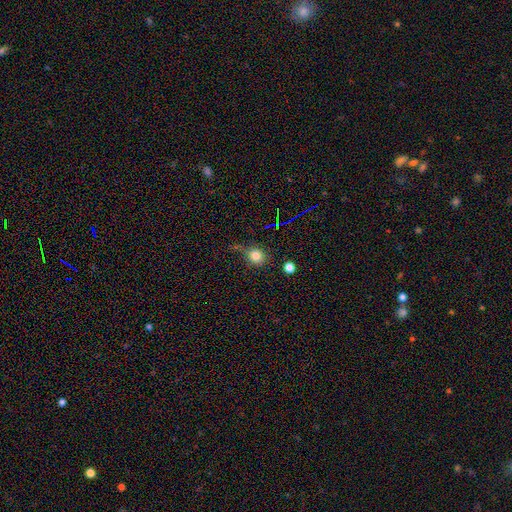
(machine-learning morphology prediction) This is likely a smooth galaxy (78%). How rounded: clearly round (83%). Merging: likely none (62%).